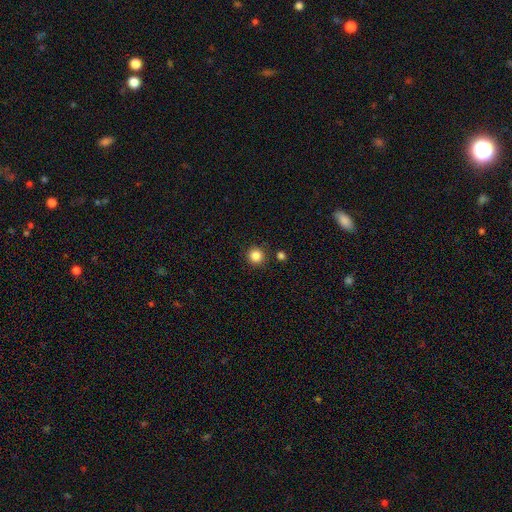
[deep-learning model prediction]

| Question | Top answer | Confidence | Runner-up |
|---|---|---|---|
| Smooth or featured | smooth | 85% | star or artifact (11%) |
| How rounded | round | 95% | in between (4%) |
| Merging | none | 87% | minor disturbance (7%) |